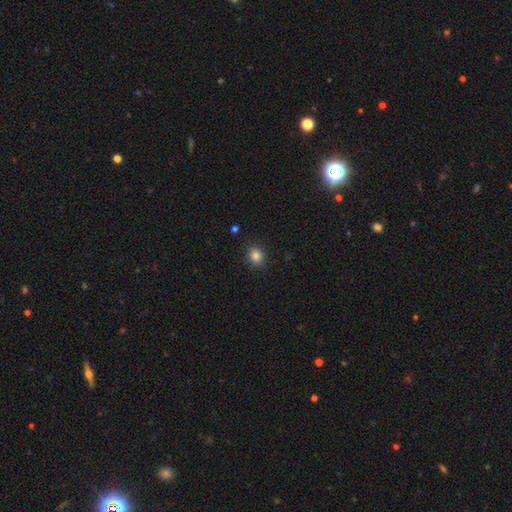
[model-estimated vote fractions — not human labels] Smooth or featured? Predicted: smooth (p=0.84). How rounded? Predicted: round (p=0.78). Merging? Predicted: none (p=0.90).